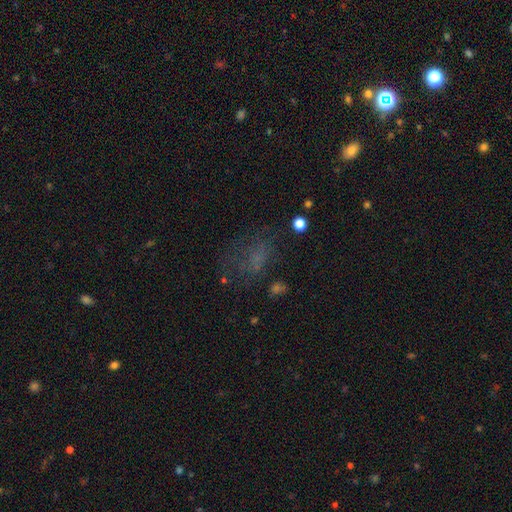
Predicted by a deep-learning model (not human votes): smooth 45%, star or artifact 33%, featured or disk 22%. Down the decision tree: merging — none (51%).